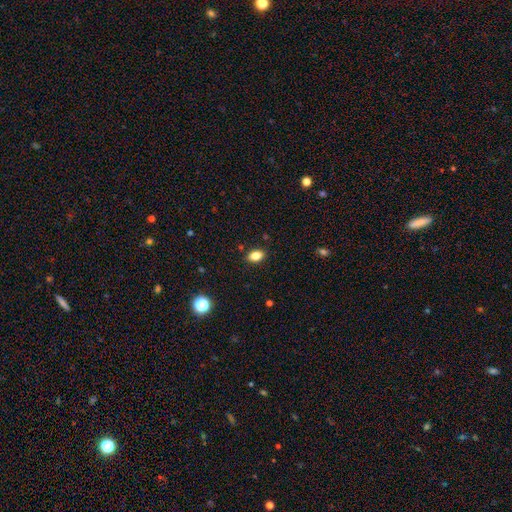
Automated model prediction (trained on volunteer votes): This appears to be a smooth galaxy with no disk features (83%) that is in between round and cigar-shaped (85%). Merging: none (88%).